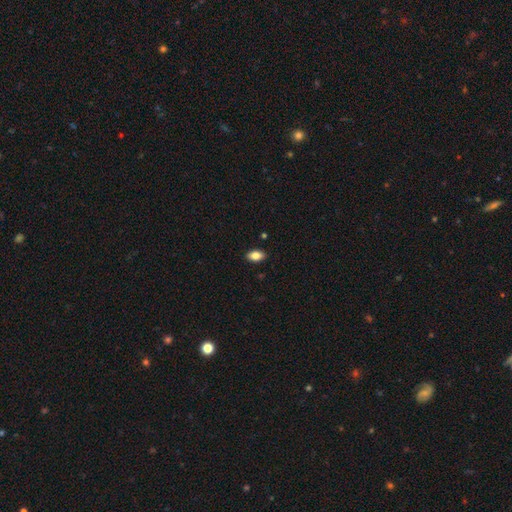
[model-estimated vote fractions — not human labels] smooth_or_featured: smooth (p=0.83) [alt: featured or disk p=0.09]
how_rounded: in between (p=0.90) [alt: round p=0.07]
merging: none (p=0.89) [alt: minor disturbance p=0.08]